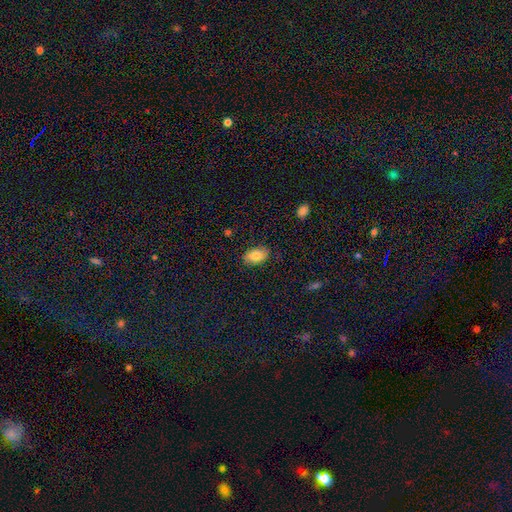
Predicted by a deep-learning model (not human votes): A smooth galaxy with no disk features (81%) that is in between round and cigar-shaped (92%). Merging: none (84%).